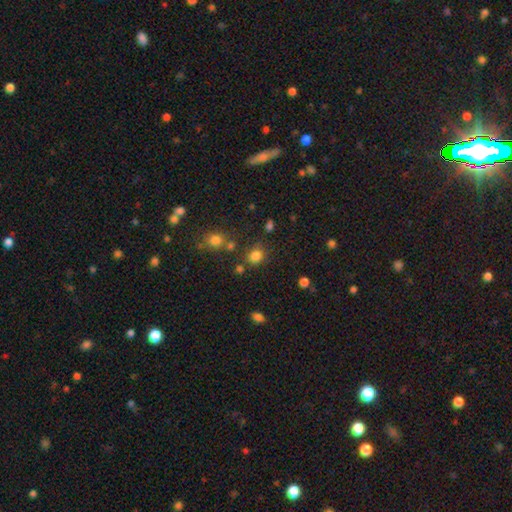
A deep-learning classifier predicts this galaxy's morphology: smooth-or-featured: smooth: 80% | star or artifact: 15% | featured or disk: 5%
  how-rounded: round: 70% | in between: 29% | cigar-shaped: 1%
  merging: none: 72% | minor disturbance: 13% | merger: 10% | major disturbance: 5%